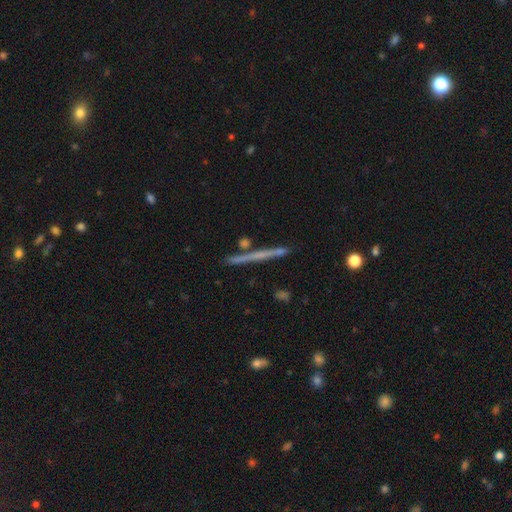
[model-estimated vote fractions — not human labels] Smooth or featured?
  - featured or disk: 57% *
  - smooth: 35%
  - star or artifact: 7%
Edge-on disk?
  - yes: 97% *
  - no: 3%
Edge-on bulge?
  - none: 83% *
  - rounded: 12%
  - boxy: 4%
Merging?
  - none: 87% *
  - minor disturbance: 8%
  - merger: 4%
  - major disturbance: 2%